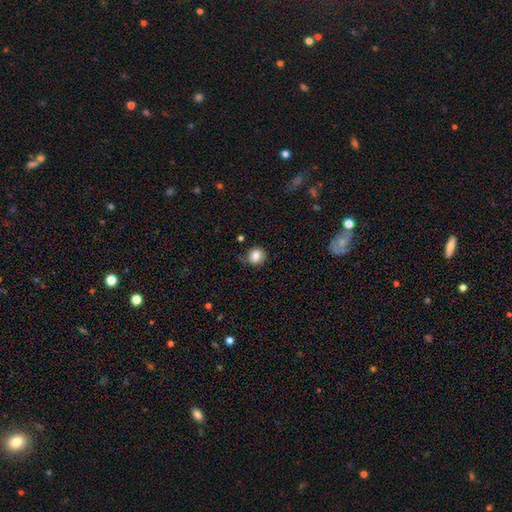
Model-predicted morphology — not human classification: A smooth galaxy with no disk features (83%) that is round (80%). Merging: none (72%).